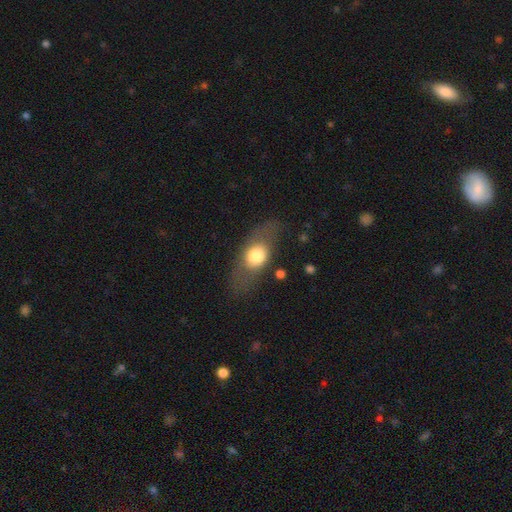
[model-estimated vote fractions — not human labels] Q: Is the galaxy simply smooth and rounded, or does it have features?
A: smooth — 61%.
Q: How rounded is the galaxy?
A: in between — 66%.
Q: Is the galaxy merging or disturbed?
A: none — 74%.